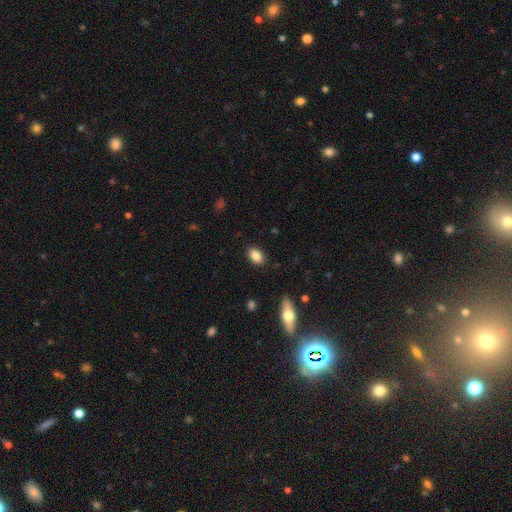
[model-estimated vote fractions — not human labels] Smooth or featured? smooth (86%)
How rounded? in between (86%)
Merging? none (88%)